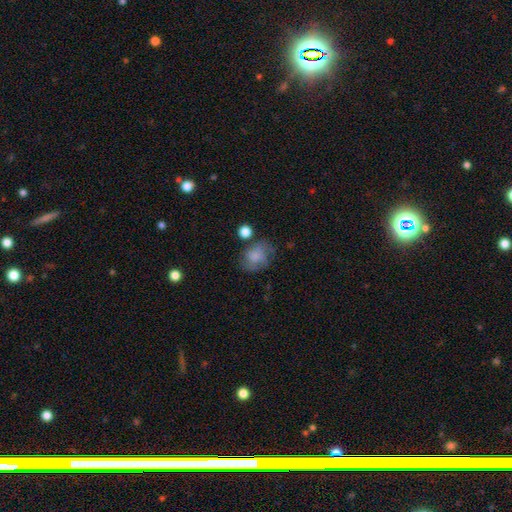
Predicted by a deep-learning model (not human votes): Q: Smooth or featured?
A: smooth (69%); runner-up: featured or disk (22%)
Q: How rounded?
A: in between (54%); runner-up: round (44%)
Q: Merging?
A: none (53%); runner-up: minor disturbance (26%)